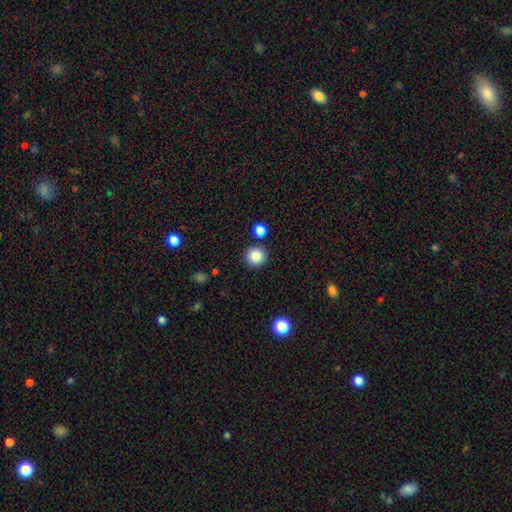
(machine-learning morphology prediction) smooth 85%, star or artifact 10%, featured or disk 5%. Down the decision tree: how rounded — round (94%); merging — none (87%).